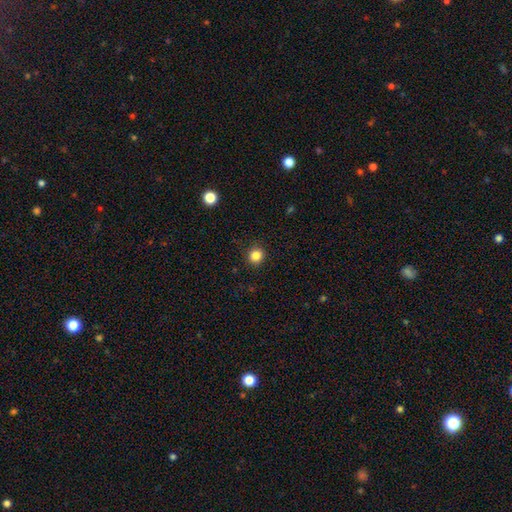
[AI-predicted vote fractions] This is clearly a smooth galaxy (85%). How rounded: clearly round (90%). Merging: clearly none (90%).